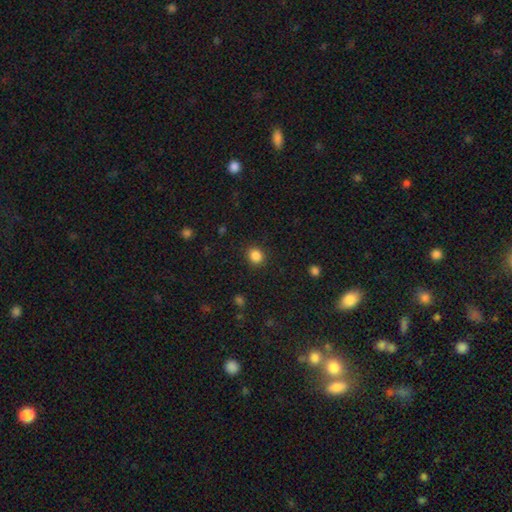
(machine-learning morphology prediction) Q: Smooth or featured?
A: smooth (86%); runner-up: star or artifact (11%)
Q: How rounded?
A: round (77%); runner-up: in between (23%)
Q: Merging?
A: none (89%); runner-up: minor disturbance (7%)